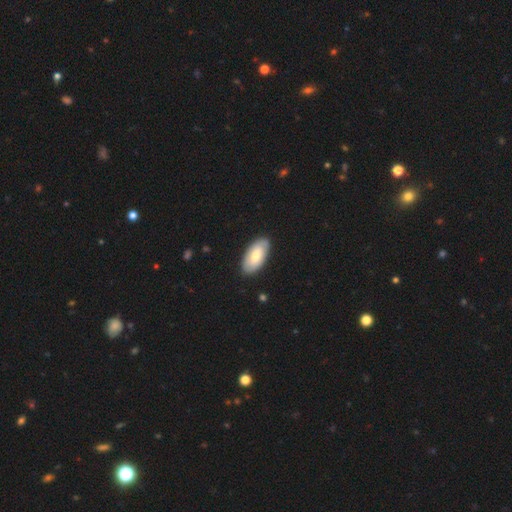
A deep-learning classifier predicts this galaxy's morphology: type=smooth (68%); roundness=in between (94%); merging=none (87%).